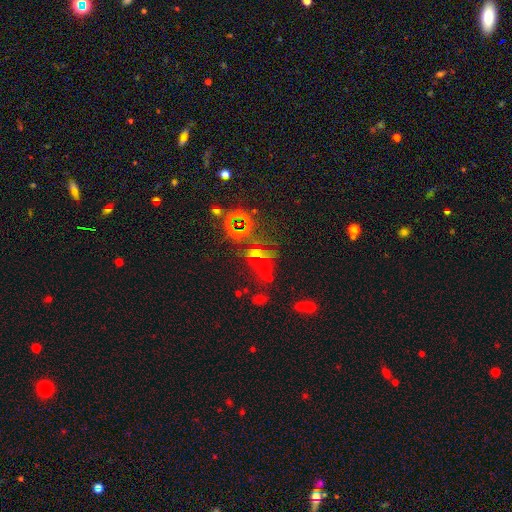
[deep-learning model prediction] Smooth or featured: star or artifact — 56% (smooth — 30%)